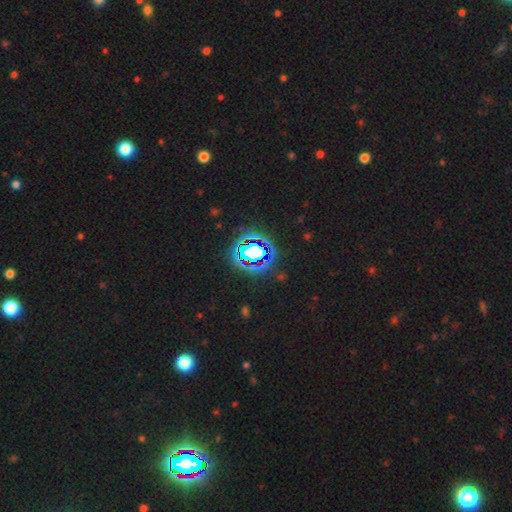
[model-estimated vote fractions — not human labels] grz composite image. It shows a star or artifact, not a galaxy (70%).